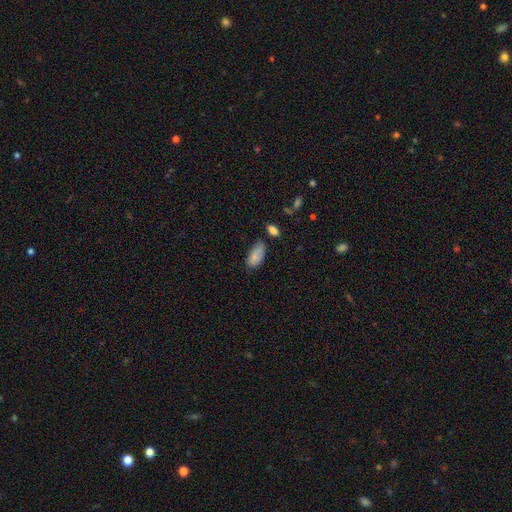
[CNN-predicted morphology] smooth 82%, featured or disk 11%, star or artifact 8%. Down the decision tree: how rounded — in between (93%); merging — none (56%).